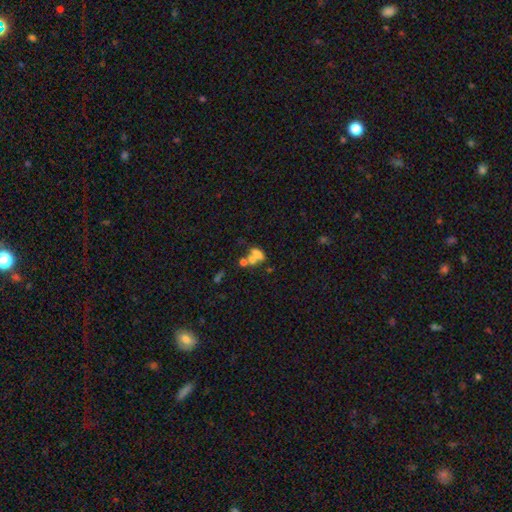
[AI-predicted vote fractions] Morphology: type=smooth (60%); roundness=in between (76%); merging=merger (55%).